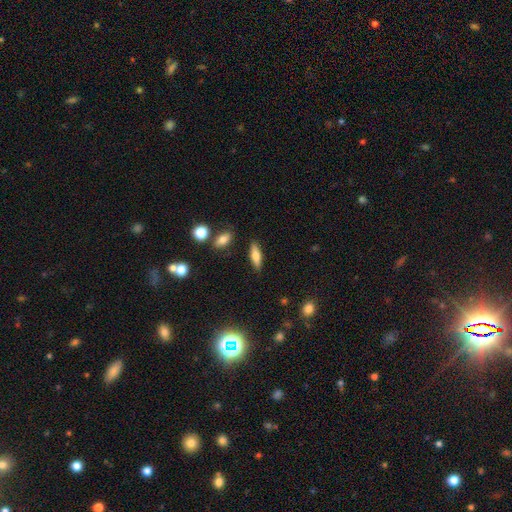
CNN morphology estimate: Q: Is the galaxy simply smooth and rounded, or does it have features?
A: smooth — 70%.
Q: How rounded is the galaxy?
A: cigar-shaped — 53%.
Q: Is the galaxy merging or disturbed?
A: none — 86%.